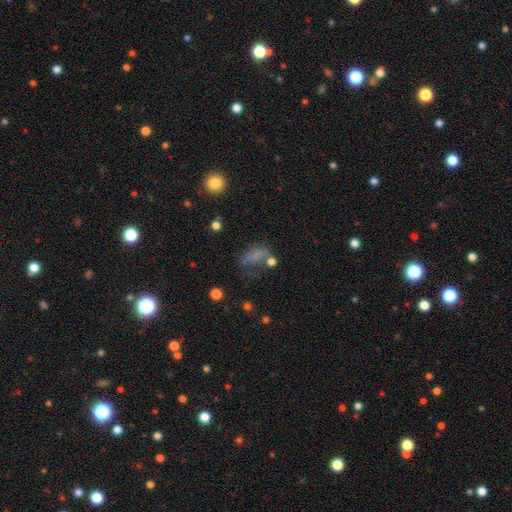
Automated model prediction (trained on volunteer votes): This appears to be a smooth galaxy with no disk features (57%) that is in between round and cigar-shaped (75%). Merging: major disturbance (33%).